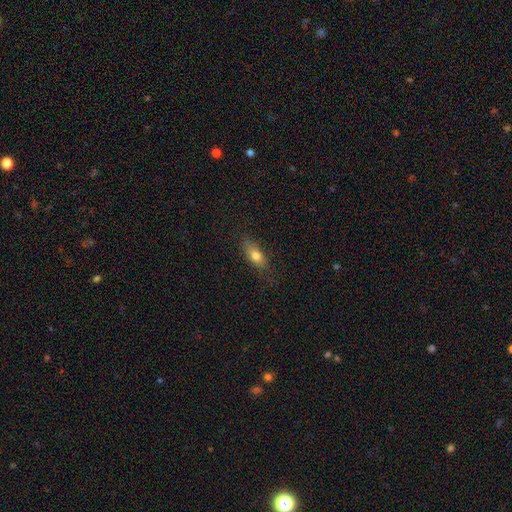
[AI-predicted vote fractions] A smooth galaxy with no disk features (76%) that is in between round and cigar-shaped (78%).

Vote fractions:
- Smooth or featured? smooth: 76% / featured or disk: 17% / star or artifact: 8%
- How rounded? in between: 78% / cigar-shaped: 17% / round: 5%
- Merging? none: 73% / minor disturbance: 20% / major disturbance: 6% / merger: 1%